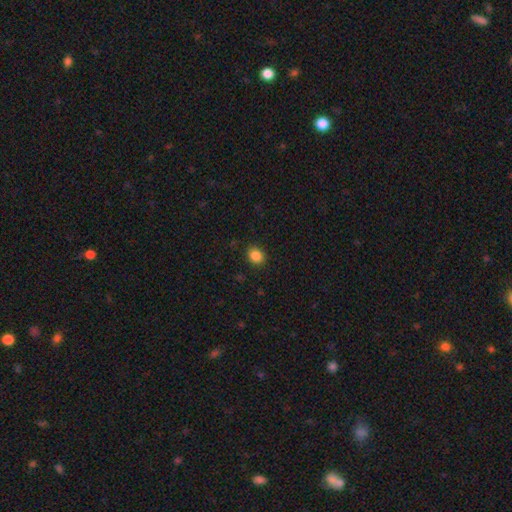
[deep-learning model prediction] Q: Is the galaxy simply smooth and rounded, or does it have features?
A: smooth — 86%.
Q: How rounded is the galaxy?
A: round — 63%.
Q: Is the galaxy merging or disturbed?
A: none — 89%.